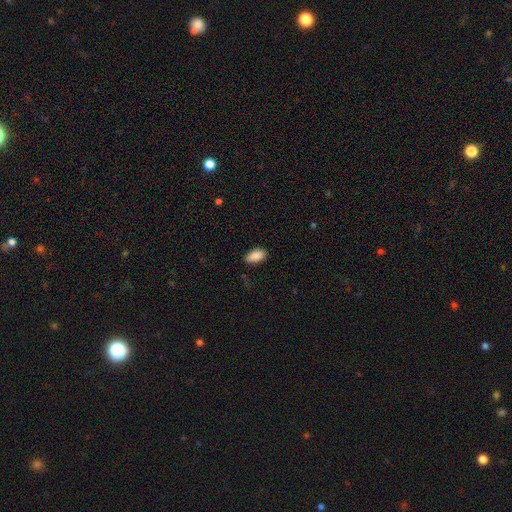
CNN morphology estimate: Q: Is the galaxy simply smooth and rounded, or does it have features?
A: smooth — 89%.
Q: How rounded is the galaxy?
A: in between — 94%.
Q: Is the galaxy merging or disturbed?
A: none — 80%.